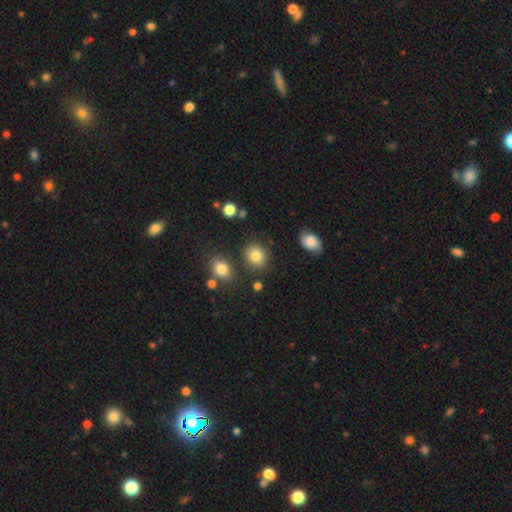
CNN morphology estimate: Smooth or featured? Predicted: smooth (p=0.83). How rounded? Predicted: round (p=0.66). Merging? Predicted: none (p=0.81).